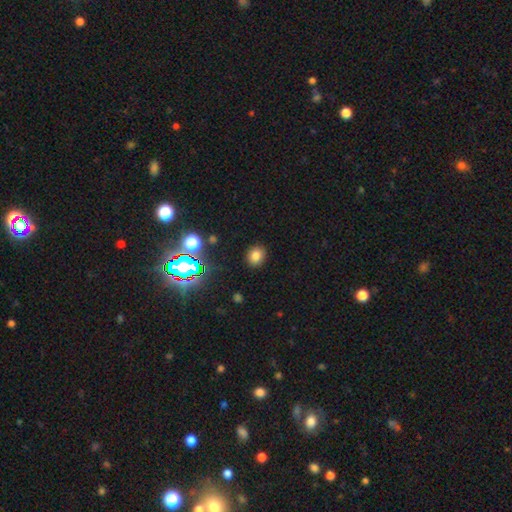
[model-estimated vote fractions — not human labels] Smooth or featured? Predicted: smooth (p=0.76). How rounded? Predicted: round (p=0.68). Merging? Predicted: none (p=0.89).